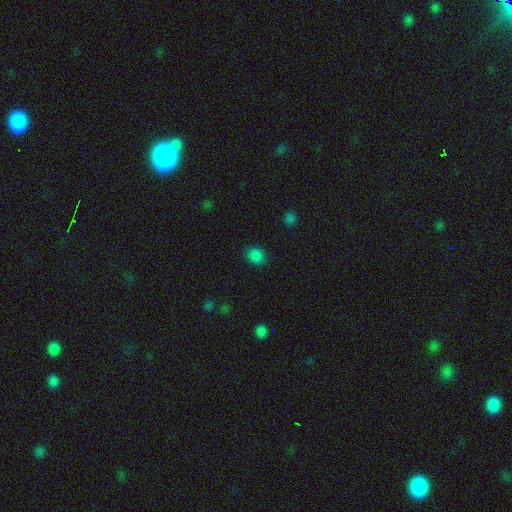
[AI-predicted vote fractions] Smooth or featured? Predicted: smooth (p=0.83). How rounded? Predicted: round (p=0.72). Merging? Predicted: none (p=0.87).